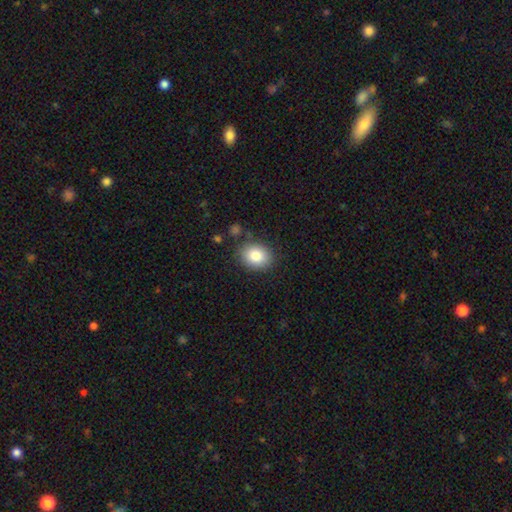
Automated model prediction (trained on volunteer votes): A smooth galaxy with no disk features (84%) that is in between round and cigar-shaped (55%).

Vote fractions:
- Smooth or featured? smooth: 84% / star or artifact: 8% / featured or disk: 8%
- How rounded? in between: 55% / round: 44% / cigar-shaped: 1%
- Merging? none: 83% / minor disturbance: 11% / major disturbance: 3% / merger: 3%